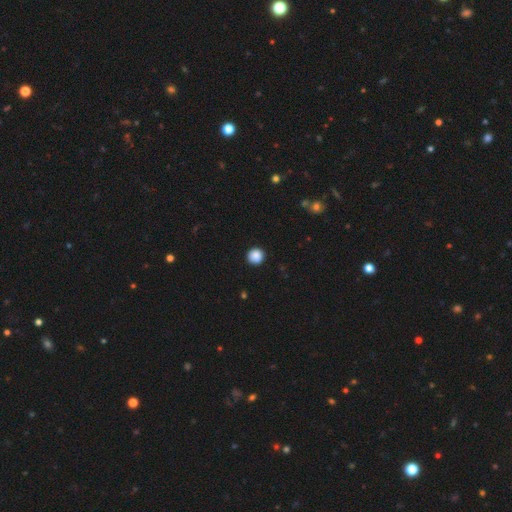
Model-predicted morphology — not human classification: smooth 88%, star or artifact 9%, featured or disk 3%. Down the decision tree: how rounded — round (95%); merging — none (92%).